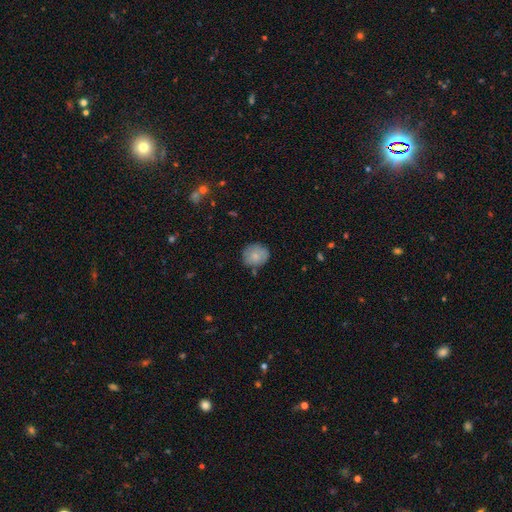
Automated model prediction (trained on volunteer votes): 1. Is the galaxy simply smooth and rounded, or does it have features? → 82% smooth, 11% featured or disk, 7% star or artifact.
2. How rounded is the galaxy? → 80% round, 19% in between, 1% cigar-shaped.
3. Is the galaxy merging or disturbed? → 77% none, 17% minor disturbance, 3% major disturbance, 3% merger.